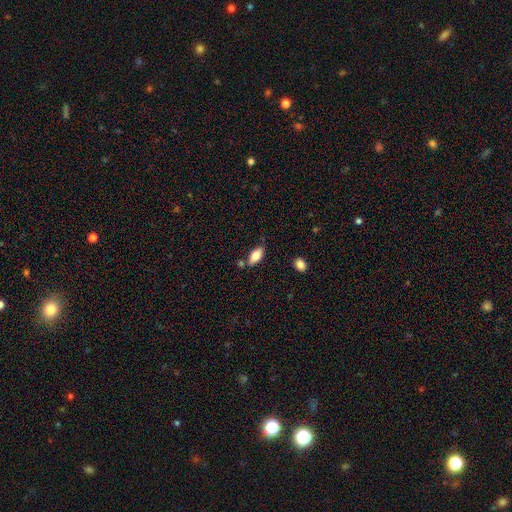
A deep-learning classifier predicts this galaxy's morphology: A smooth galaxy with no disk features (77%) that is in between round and cigar-shaped (85%). Merging: none (76%).